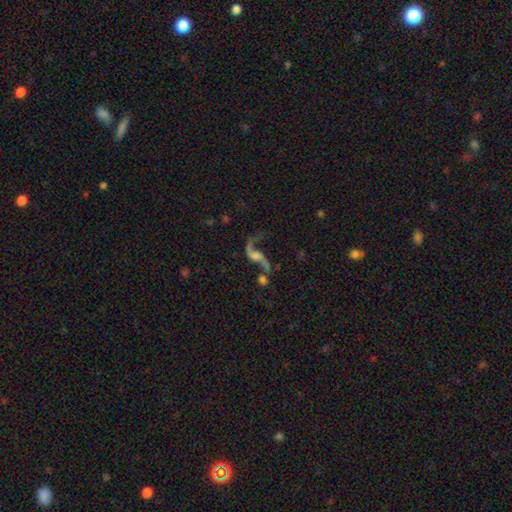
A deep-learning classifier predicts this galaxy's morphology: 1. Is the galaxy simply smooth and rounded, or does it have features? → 81% featured or disk, 10% smooth, 9% star or artifact.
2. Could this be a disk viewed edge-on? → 94% no, 6% yes.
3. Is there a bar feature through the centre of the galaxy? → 56% no, 32% weak, 12% strong.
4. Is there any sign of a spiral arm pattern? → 92% yes, 8% no.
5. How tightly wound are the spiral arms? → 92% loose, 7% medium, 2% tight.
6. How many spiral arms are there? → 86% 2, 9% 1, 2% can't tell, 1% 3, 1% 4, 1% more than 4.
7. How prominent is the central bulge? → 34% moderate, 29% small, 23% none, 12% large, 3% dominant.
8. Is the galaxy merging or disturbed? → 47% none, 20% major disturbance, 18% merger, 14% minor disturbance.